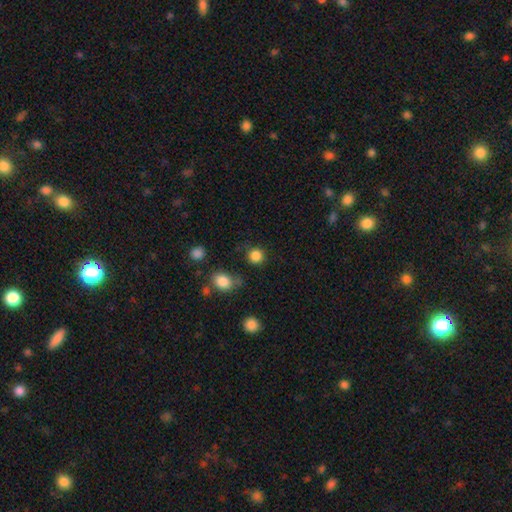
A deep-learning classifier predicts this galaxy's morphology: Smooth or featured? smooth (85%)
How rounded? round (92%)
Merging? none (82%)